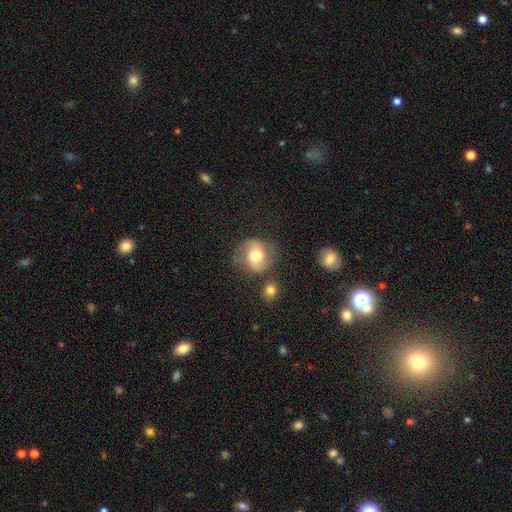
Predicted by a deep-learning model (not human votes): smooth-or-featured: smooth: 49% | featured or disk: 42% | star or artifact: 9%
  merging: none: 71% | minor disturbance: 17% | major disturbance: 7% | merger: 5%